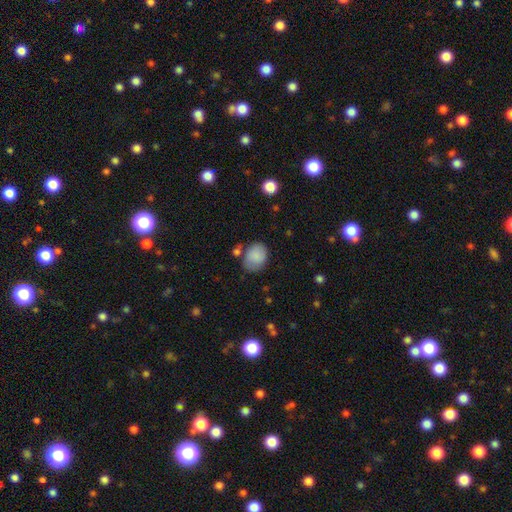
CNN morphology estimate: Smooth or featured? smooth (86%)
How rounded? in between (55%)
Merging? none (65%)